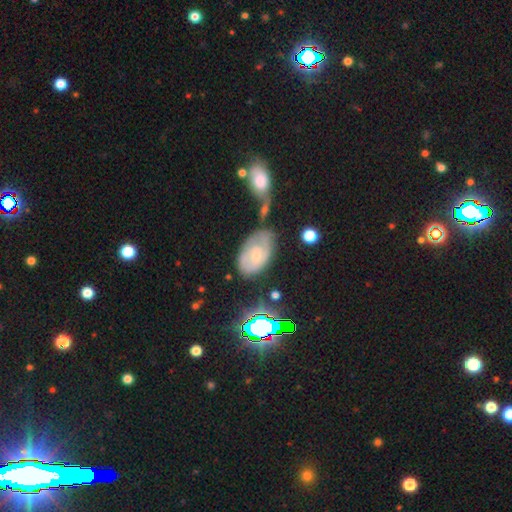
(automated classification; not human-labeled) Smooth or featured? featured or disk (55%)
Edge-on disk? no (94%)
Bar? no (67%)
Spiral arms? yes (73%)
Bulge size? small (66%)
Merging? none (50%)